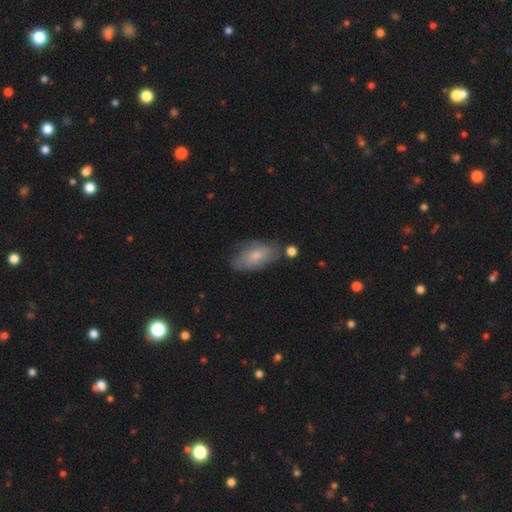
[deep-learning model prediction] smooth 65%, featured or disk 29%, star or artifact 7%. Down the decision tree: how rounded — in between (91%); merging — none (64%).